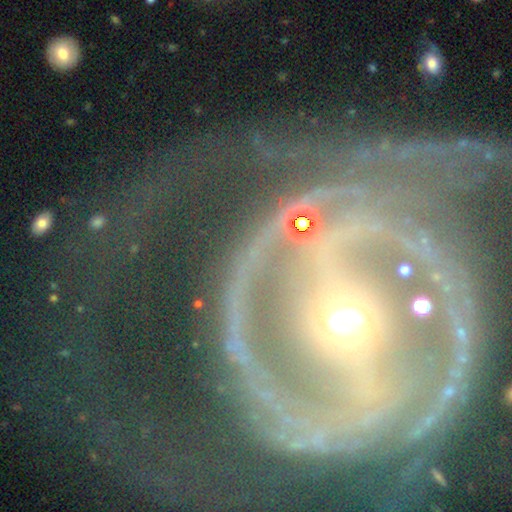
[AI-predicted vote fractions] Overall: featured or disk (84%). Edge-on disk: no (97%). Bar: strong (55%; weak 24%). Spiral arms: yes (95%). Spiral arm count: 2 (63%). Spiral winding: medium (46%; tight 37%). Bulge size: small (52%; moderate 41%). Merging: none (64%).